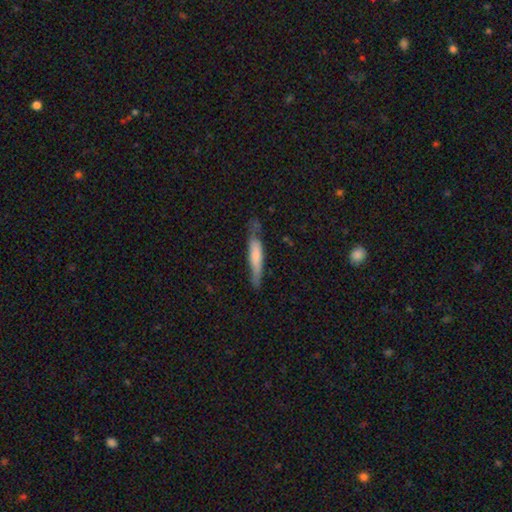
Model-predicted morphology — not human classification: smooth-or-featured: smooth: 60% | featured or disk: 34% | star or artifact: 6%
  how-rounded: cigar-shaped: 86% | in between: 12% | round: 1%
  merging: none: 60% | minor disturbance: 28% | major disturbance: 9% | merger: 3%